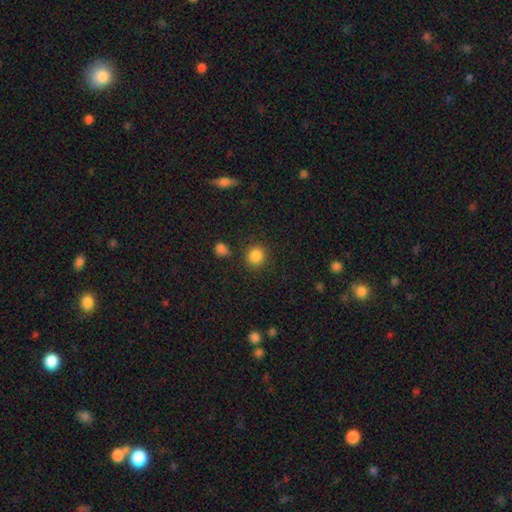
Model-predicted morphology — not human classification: Smooth or featured? smooth (85%)
How rounded? round (87%)
Merging? none (85%)